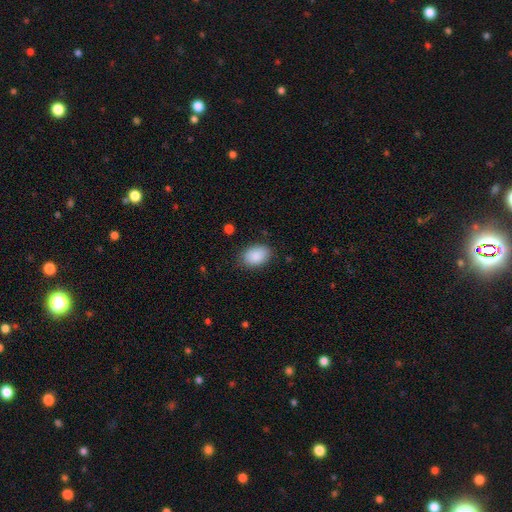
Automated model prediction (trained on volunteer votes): Smooth or featured? smooth (89%)
How rounded? in between (86%)
Merging? none (83%)